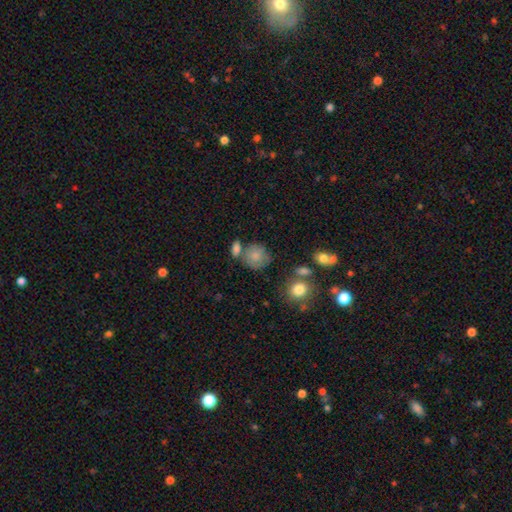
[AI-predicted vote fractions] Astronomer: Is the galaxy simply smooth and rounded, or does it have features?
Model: smooth — 80%.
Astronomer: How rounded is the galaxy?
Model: round — 80%.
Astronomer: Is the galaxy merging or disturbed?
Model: none — 57%.